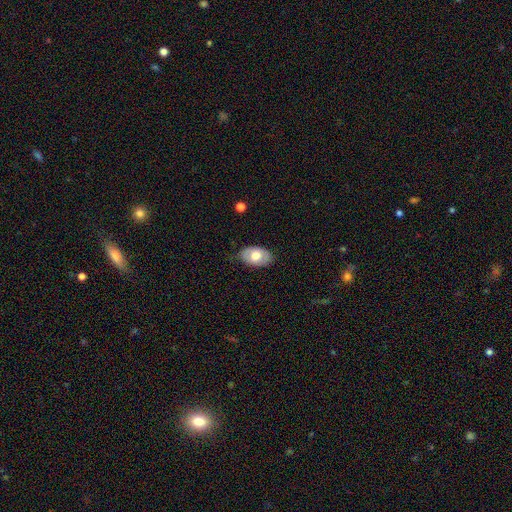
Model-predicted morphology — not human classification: The model was most divided on "smooth or featured": smooth: 63%, featured or disk: 31%, star or artifact: 6%. More confident: how rounded — in between (90%); merging — none (79%).